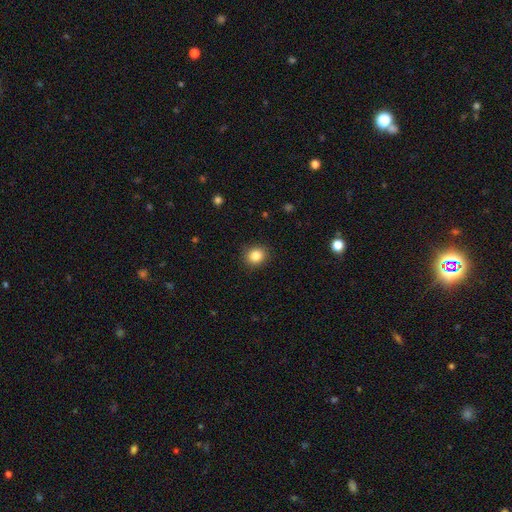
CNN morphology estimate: Smooth or featured? smooth (85%)
How rounded? round (73%)
Merging? none (89%)